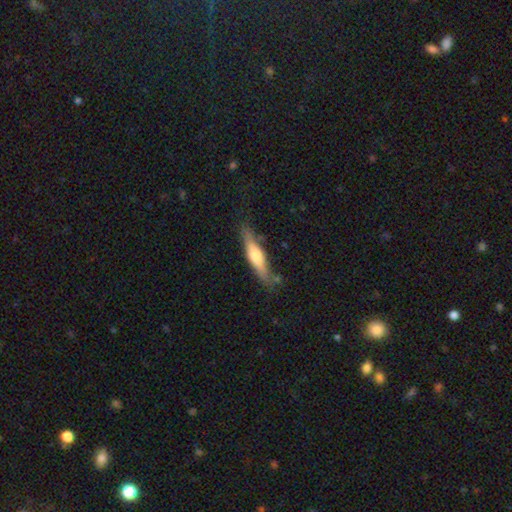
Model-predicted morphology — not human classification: The model was most divided on "smooth or featured": featured or disk: 48%, smooth: 46%, star or artifact: 6%. More confident: merging — none (74%).